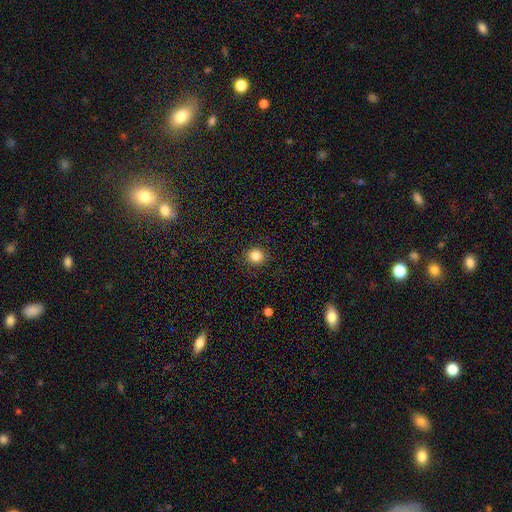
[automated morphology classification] type=smooth (85%); roundness=round (91%); merging=none (90%).